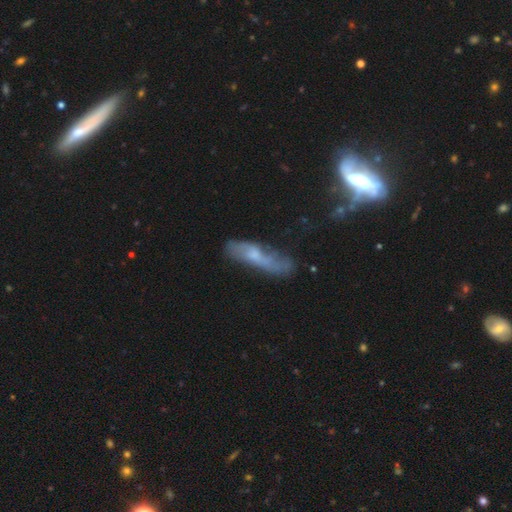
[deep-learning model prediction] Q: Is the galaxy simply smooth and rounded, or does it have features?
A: featured or disk — 49%.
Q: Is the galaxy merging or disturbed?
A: none — 44%.